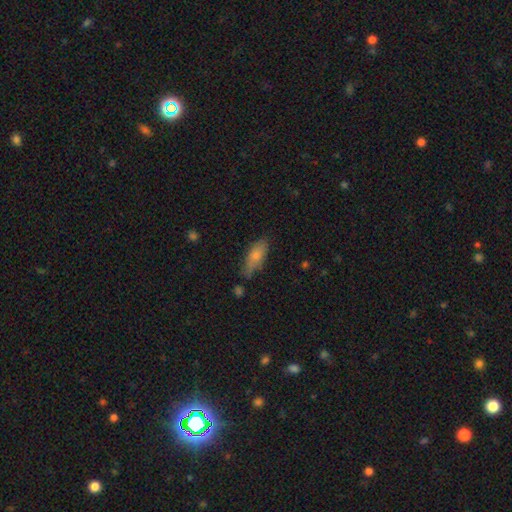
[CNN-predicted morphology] Smooth or featured?
  - smooth: 76% *
  - featured or disk: 17%
  - star or artifact: 7%
How rounded?
  - in between: 76% *
  - cigar-shaped: 21%
  - round: 3%
Merging?
  - none: 64% *
  - minor disturbance: 26%
  - major disturbance: 6%
  - merger: 4%